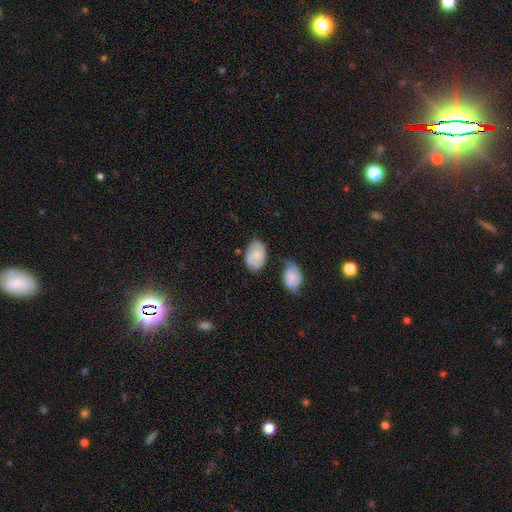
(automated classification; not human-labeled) Q: Smooth or featured?
A: smooth (63%); runner-up: featured or disk (29%)
Q: How rounded?
A: in between (84%); runner-up: round (15%)
Q: Merging?
A: none (54%); runner-up: minor disturbance (24%)